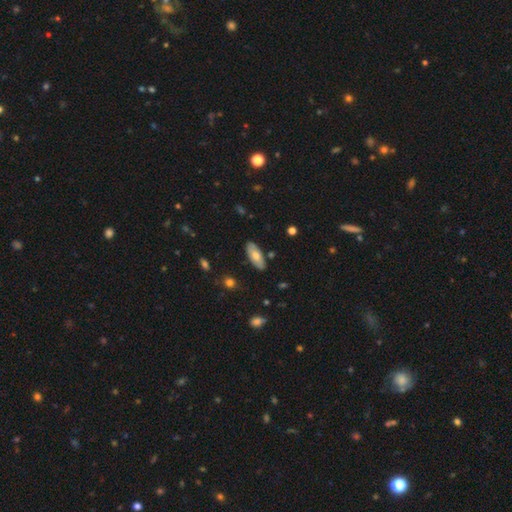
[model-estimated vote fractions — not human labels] Morphology: type=smooth (64%); roundness=in between (82%); merging=none (85%).